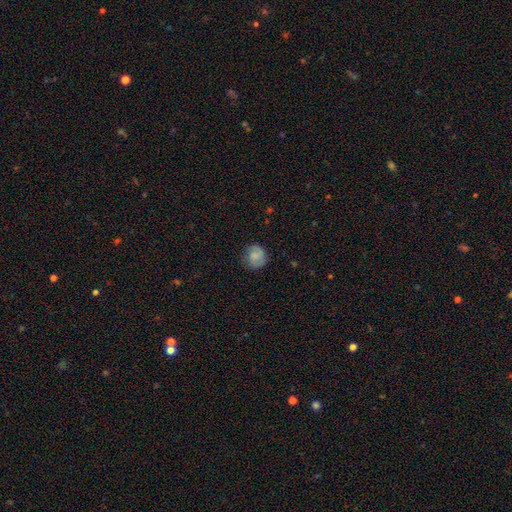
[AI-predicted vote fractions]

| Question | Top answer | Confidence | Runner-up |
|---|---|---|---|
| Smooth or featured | smooth | 73% | featured or disk (19%) |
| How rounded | round | 83% | in between (16%) |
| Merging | none | 73% | minor disturbance (20%) |